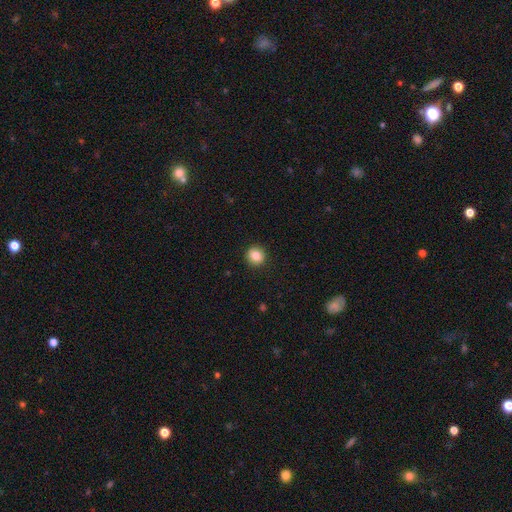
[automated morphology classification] A smooth galaxy with no disk features (83%) that is round (92%).

Vote fractions:
- Smooth or featured? smooth: 83% / star or artifact: 10% / featured or disk: 7%
- How rounded? round: 92% / in between: 7% / cigar-shaped: 1%
- Merging? none: 92% / minor disturbance: 5% / major disturbance: 2% / merger: 1%